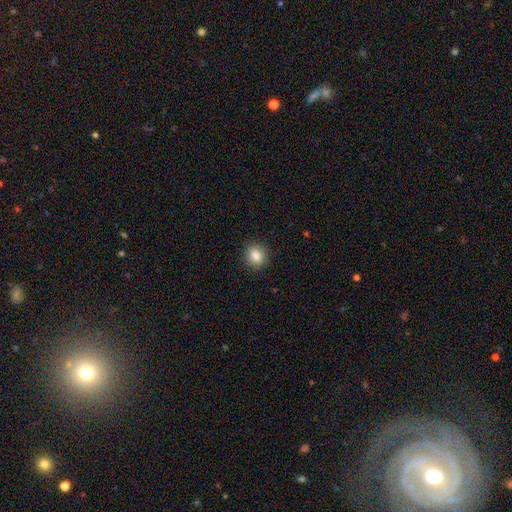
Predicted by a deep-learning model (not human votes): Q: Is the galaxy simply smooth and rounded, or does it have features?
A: smooth — 86%.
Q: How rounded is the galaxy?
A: round — 73%.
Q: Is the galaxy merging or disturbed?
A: none — 89%.